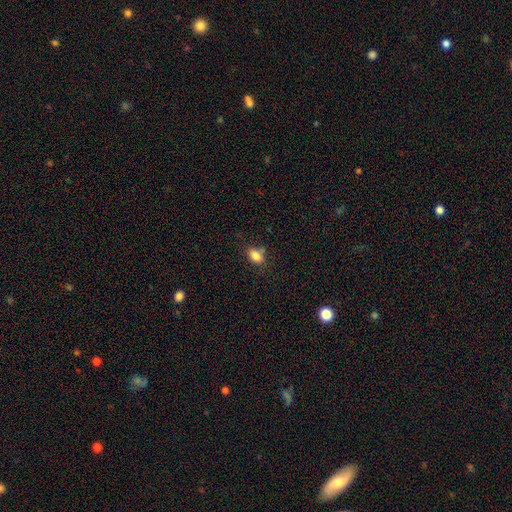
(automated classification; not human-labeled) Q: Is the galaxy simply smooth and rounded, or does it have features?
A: smooth — 83%.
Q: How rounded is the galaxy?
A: in between — 82%.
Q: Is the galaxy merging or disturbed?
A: none — 72%.